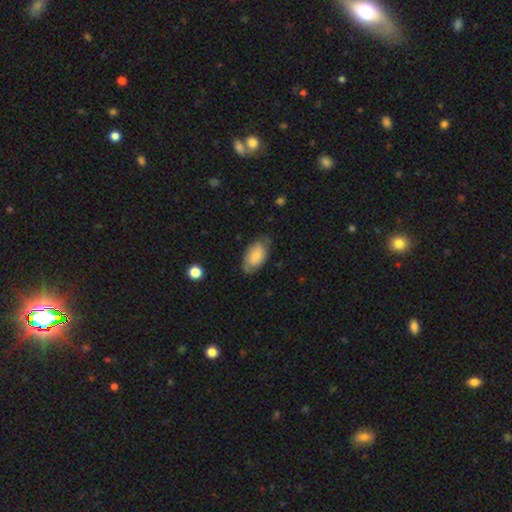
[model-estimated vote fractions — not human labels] Smooth or featured? Predicted: smooth (p=0.67). How rounded? Predicted: in between (p=0.94). Merging? Predicted: none (p=0.68).